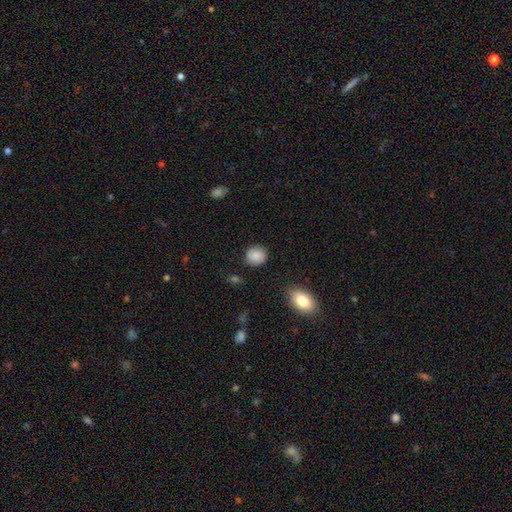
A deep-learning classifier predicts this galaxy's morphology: smooth-or-featured: smooth: 85% | star or artifact: 8% | featured or disk: 7%
  how-rounded: round: 87% | in between: 12% | cigar-shaped: 1%
  merging: none: 85% | minor disturbance: 11% | major disturbance: 3% | merger: 2%